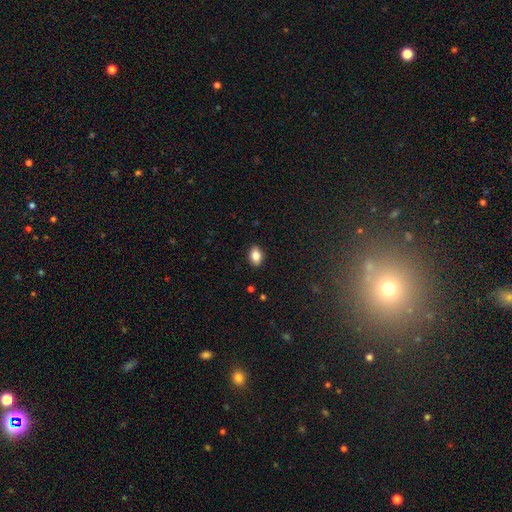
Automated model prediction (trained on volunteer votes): Morphology: type=smooth (85%); roundness=in between (83%); merging=none (89%).